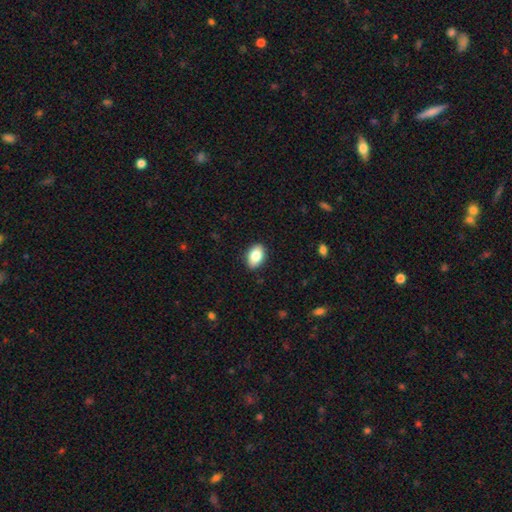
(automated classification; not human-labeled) This is clearly a smooth galaxy (84%). How rounded: clearly in between (88%). Merging: clearly none (89%).